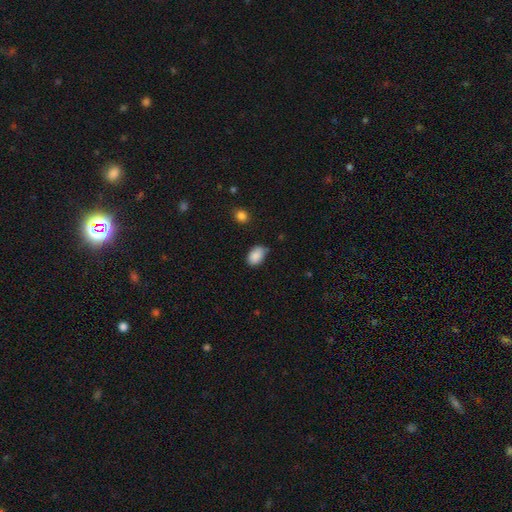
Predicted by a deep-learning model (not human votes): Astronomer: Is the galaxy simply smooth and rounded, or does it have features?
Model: smooth — 88%.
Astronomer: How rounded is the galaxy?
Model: in between — 84%.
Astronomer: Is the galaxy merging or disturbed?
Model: none — 64%.